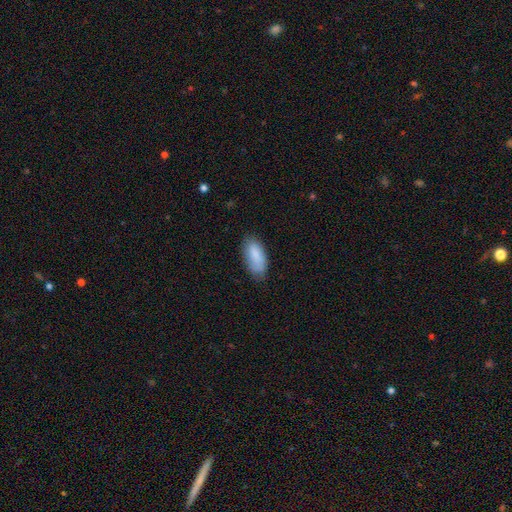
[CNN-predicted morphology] Q: Smooth or featured?
A: smooth (86%); runner-up: featured or disk (8%)
Q: How rounded?
A: in between (91%); runner-up: cigar-shaped (7%)
Q: Merging?
A: none (72%); runner-up: minor disturbance (23%)